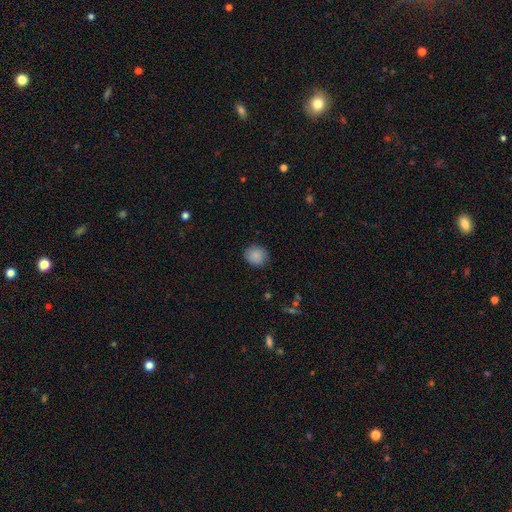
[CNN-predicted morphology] Q: Smooth or featured?
A: smooth (87%); runner-up: star or artifact (8%)
Q: How rounded?
A: round (82%); runner-up: in between (17%)
Q: Merging?
A: none (84%); runner-up: minor disturbance (12%)